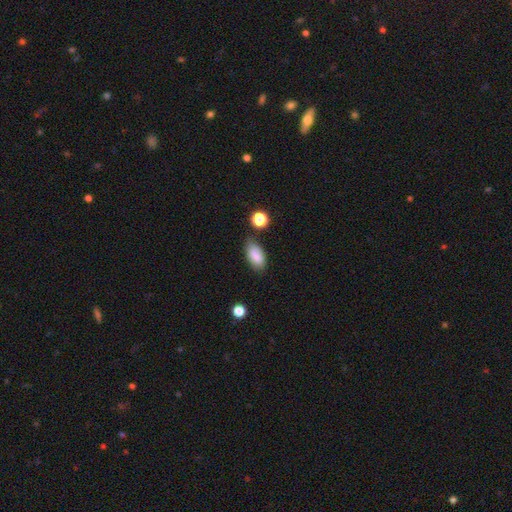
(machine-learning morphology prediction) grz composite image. It shows a smooth galaxy with no disk features (84%) that is in between round and cigar-shaped (90%). Merging: none (71%).